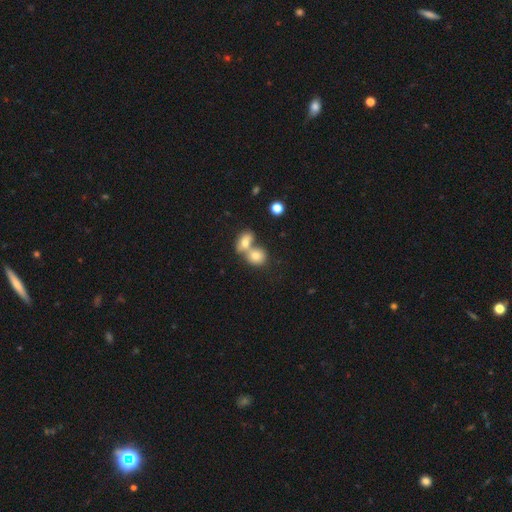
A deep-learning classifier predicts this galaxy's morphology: Overall: smooth (74%). How rounded: round (57%; in between 41%). Merging: merger (64%; none 27%).